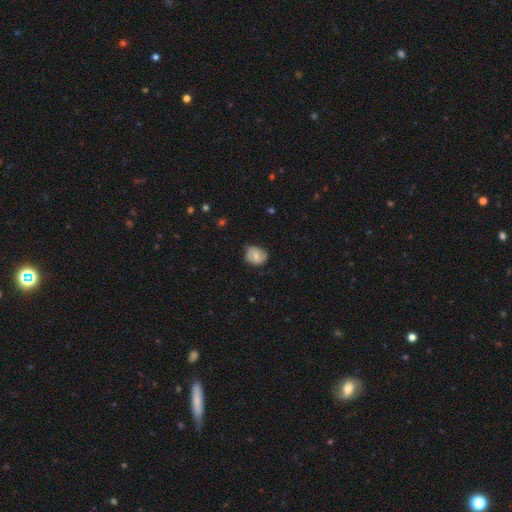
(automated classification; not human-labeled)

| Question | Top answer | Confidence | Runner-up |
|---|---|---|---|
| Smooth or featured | smooth | 60% | featured or disk (32%) |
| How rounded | round | 58% | in between (40%) |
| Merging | none | 70% | minor disturbance (24%) |